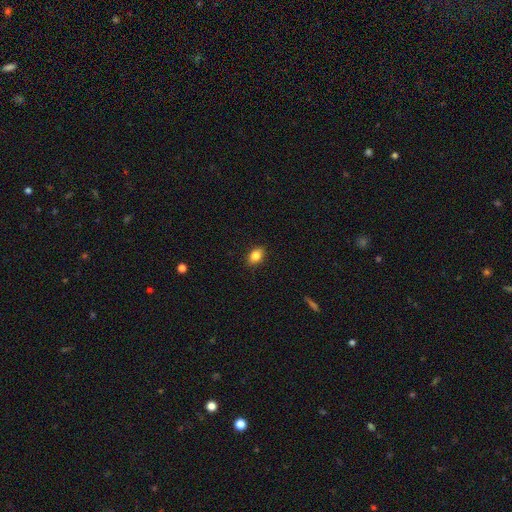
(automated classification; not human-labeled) Morphology: type=smooth (84%); roundness=in between (78%); merging=none (89%).